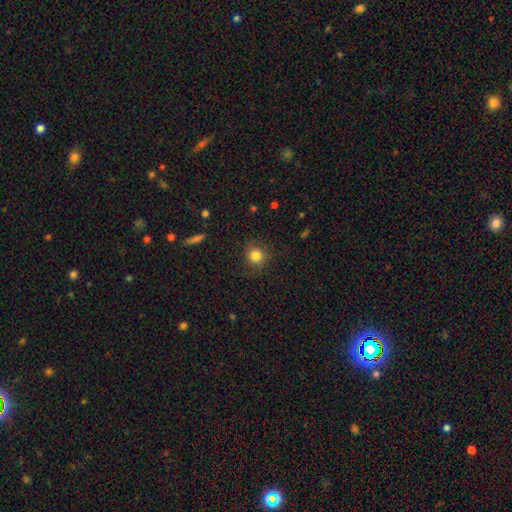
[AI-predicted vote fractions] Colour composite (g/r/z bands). It shows a smooth galaxy with no disk features (81%) that is round (90%). Merging: none (82%).